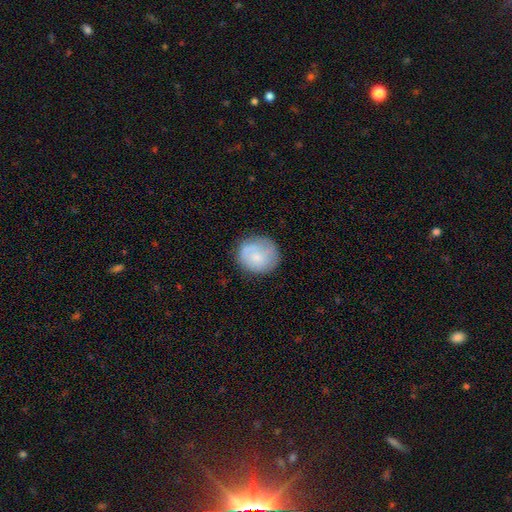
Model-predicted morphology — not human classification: Overall: smooth (66%; featured or disk 27%). How rounded: round (78%). Merging: none (70%).